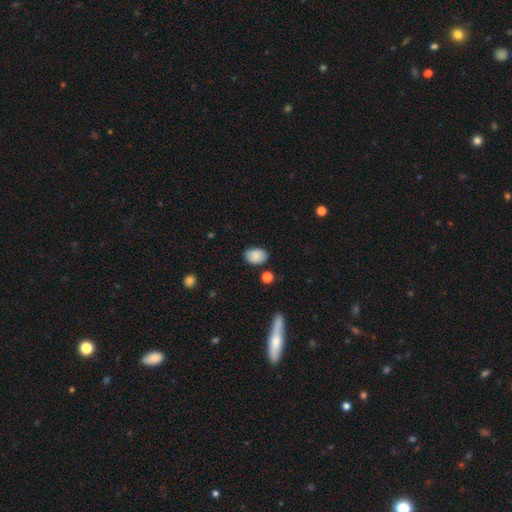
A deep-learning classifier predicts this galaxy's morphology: Q: Smooth or featured?
A: smooth (87%); runner-up: star or artifact (8%)
Q: How rounded?
A: in between (80%); runner-up: round (19%)
Q: Merging?
A: none (79%); runner-up: minor disturbance (14%)